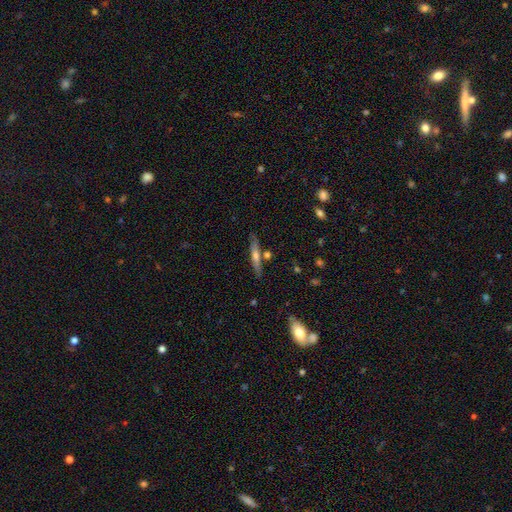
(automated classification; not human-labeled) Smooth or featured? featured or disk (53%)
Edge-on disk? yes (93%)
Merging? none (82%)